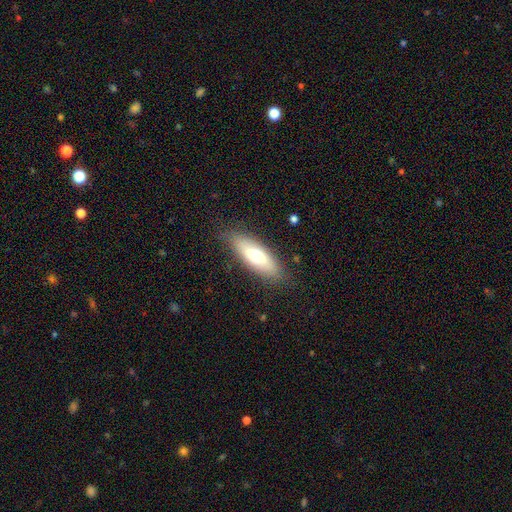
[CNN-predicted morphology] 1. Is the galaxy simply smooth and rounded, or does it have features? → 66% smooth, 28% featured or disk, 6% star or artifact.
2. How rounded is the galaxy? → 63% in between, 35% cigar-shaped, 2% round.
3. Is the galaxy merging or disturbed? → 83% none, 13% minor disturbance, 3% major disturbance, 1% merger.